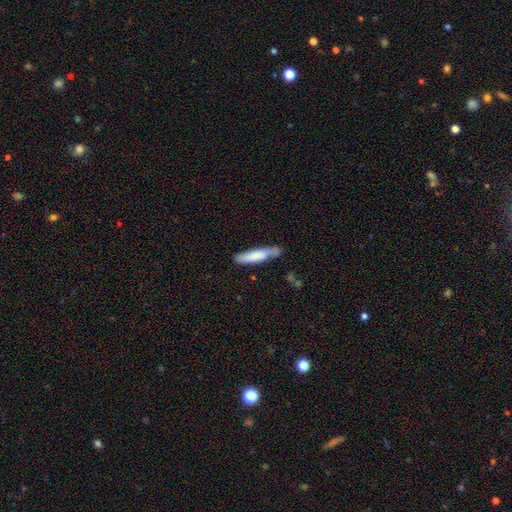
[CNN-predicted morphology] smooth-or-featured: smooth: 75% | featured or disk: 20% | star or artifact: 5%
  how-rounded: cigar-shaped: 84% | in between: 15% | round: 1%
  merging: none: 69% | minor disturbance: 23% | major disturbance: 5% | merger: 3%